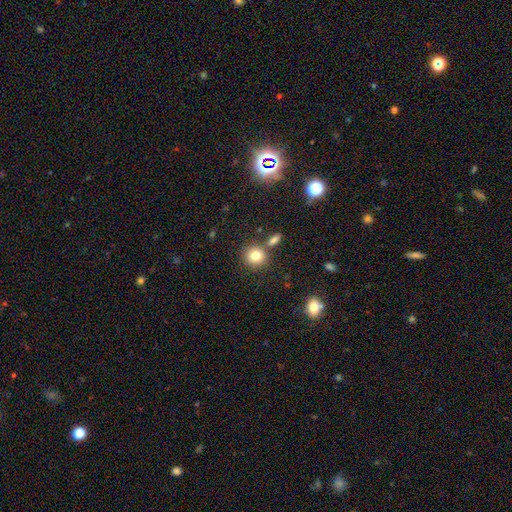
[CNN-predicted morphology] A smooth galaxy with no disk features (80%) that is round (89%).

Vote fractions:
- Smooth or featured? smooth: 80% / star or artifact: 11% / featured or disk: 8%
- How rounded? round: 89% / in between: 10% / cigar-shaped: 1%
- Merging? none: 75% / merger: 13% / minor disturbance: 9% / major disturbance: 3%